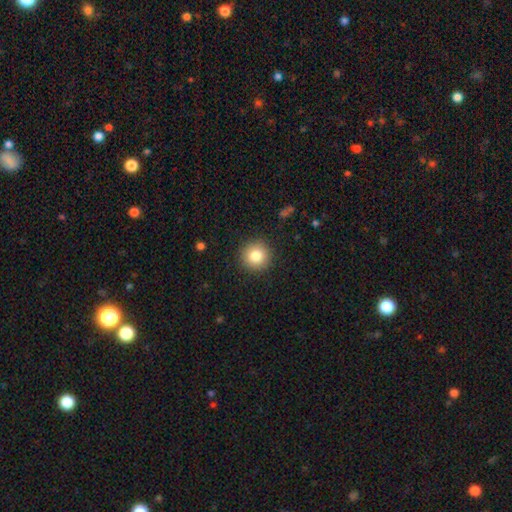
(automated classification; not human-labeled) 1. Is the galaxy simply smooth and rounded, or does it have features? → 83% smooth, 10% star or artifact, 8% featured or disk.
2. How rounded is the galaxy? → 95% round, 4% in between, 1% cigar-shaped.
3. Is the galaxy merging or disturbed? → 91% none, 6% minor disturbance, 2% major disturbance, 1% merger.